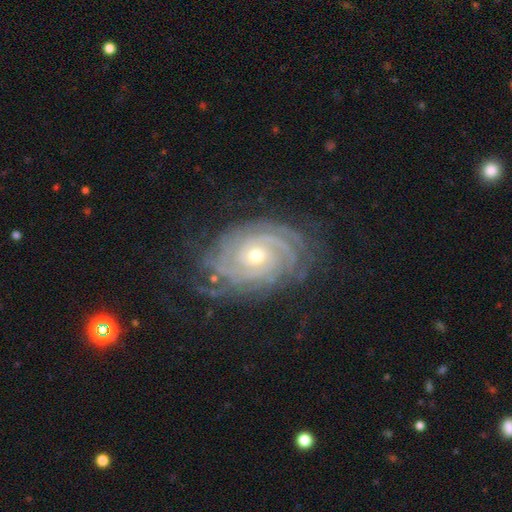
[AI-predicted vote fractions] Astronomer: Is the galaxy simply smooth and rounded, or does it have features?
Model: featured or disk — 91%.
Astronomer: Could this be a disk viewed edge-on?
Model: no — 97%.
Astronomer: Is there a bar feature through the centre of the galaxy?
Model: no — 70%.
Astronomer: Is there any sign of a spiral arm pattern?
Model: yes — 98%.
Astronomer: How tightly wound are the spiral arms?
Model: tight — 85%.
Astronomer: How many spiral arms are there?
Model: can't tell — 22% (runner-up: 4, 21%).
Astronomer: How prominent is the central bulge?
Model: moderate — 51% (runner-up: small, 46%).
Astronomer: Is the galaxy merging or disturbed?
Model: none — 77%.